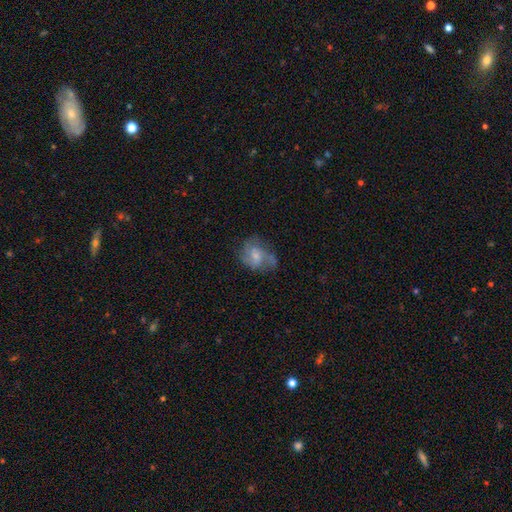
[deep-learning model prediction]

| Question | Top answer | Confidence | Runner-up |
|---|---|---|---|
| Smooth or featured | featured or disk | 63% | smooth (26%) |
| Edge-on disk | no | 97% | yes (3%) |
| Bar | no | 53% | weak (40%) |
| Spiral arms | yes | 84% | no (16%) |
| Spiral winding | medium | 47% | loose (28%) |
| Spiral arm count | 2 | 45% | can't tell (24%) |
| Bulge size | small | 45% | moderate (39%) |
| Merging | none | 59% | minor disturbance (23%) |